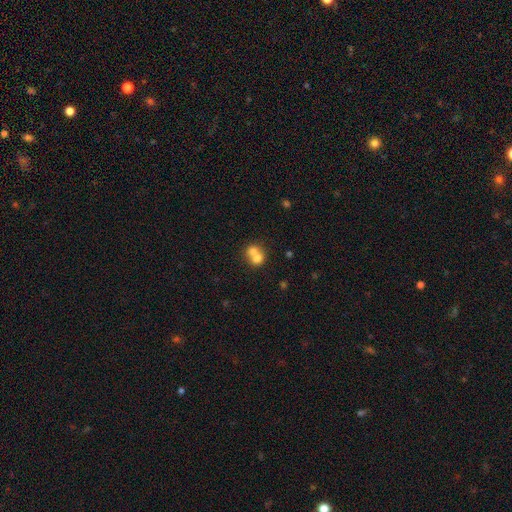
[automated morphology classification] Smooth or featured? smooth (69%)
How rounded? round (75%)
Merging? merger (69%)